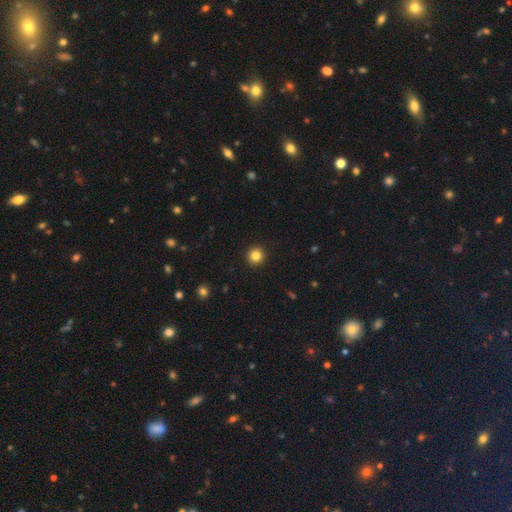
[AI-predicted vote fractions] This is clearly a smooth galaxy (84%). How rounded: clearly round (95%). Merging: clearly none (93%).